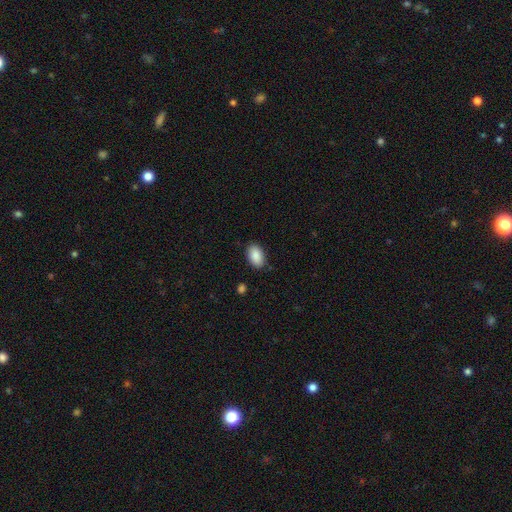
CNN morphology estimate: Smooth or featured?
  - smooth: 89% *
  - star or artifact: 7%
  - featured or disk: 4%
How rounded?
  - in between: 93% *
  - round: 6%
  - cigar-shaped: 1%
Merging?
  - none: 87% *
  - minor disturbance: 9%
  - major disturbance: 2%
  - merger: 1%